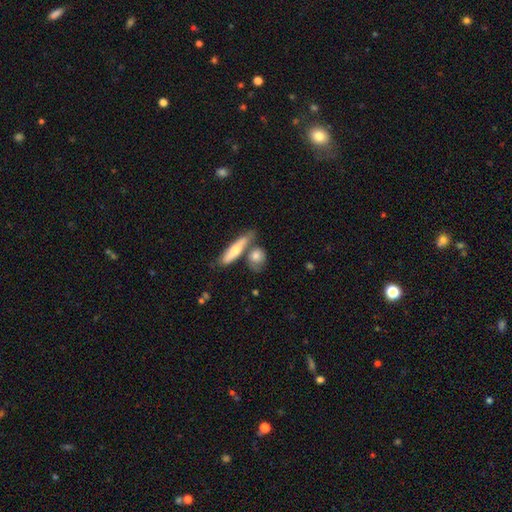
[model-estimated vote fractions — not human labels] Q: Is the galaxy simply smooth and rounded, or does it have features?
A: smooth — 71%.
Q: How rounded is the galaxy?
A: in between — 42%.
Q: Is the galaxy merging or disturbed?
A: none — 53%.